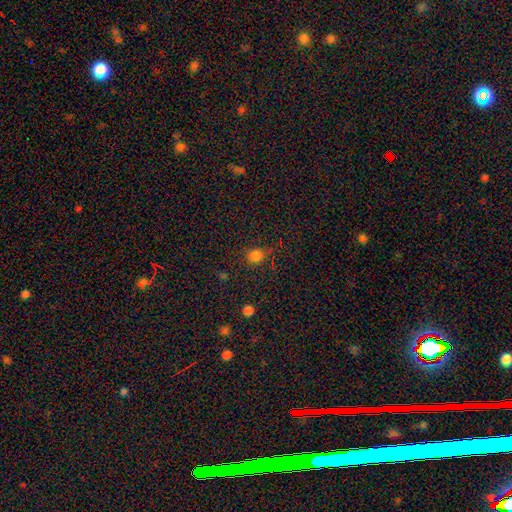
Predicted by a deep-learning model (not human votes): Smooth or featured?
  - smooth: 79% *
  - star or artifact: 17%
  - featured or disk: 5%
How rounded?
  - round: 75% *
  - in between: 24%
  - cigar-shaped: 1%
Merging?
  - none: 75% *
  - minor disturbance: 16%
  - major disturbance: 6%
  - merger: 3%